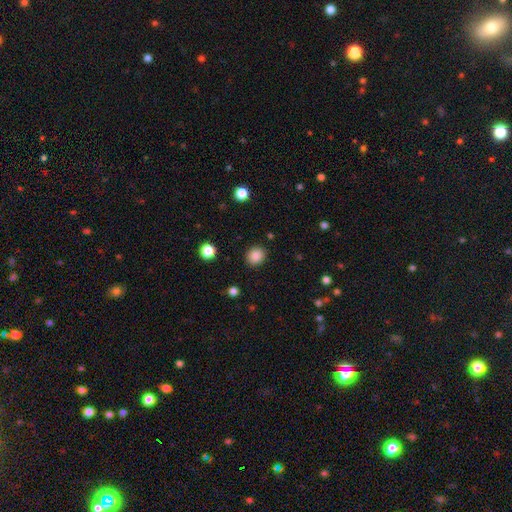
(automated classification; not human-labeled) Q: Smooth or featured?
A: smooth (87%); runner-up: star or artifact (10%)
Q: How rounded?
A: round (77%); runner-up: in between (22%)
Q: Merging?
A: none (90%); runner-up: minor disturbance (7%)